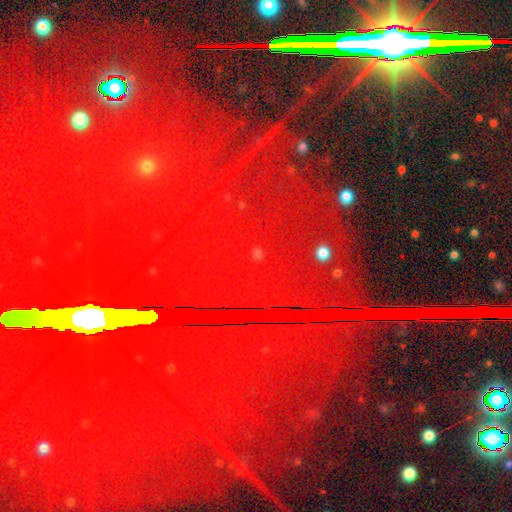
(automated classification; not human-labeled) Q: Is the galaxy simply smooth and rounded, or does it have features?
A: star or artifact — 84%.